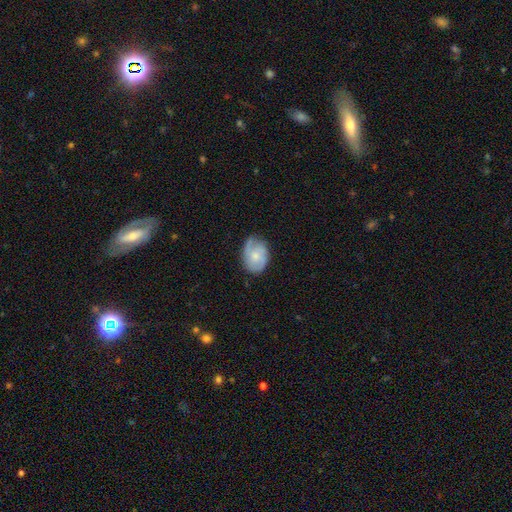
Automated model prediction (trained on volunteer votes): A featured or disk galaxy (54%) with no bar (75%), spiral arms (85%) and a small central bulge (52%).

Vote fractions:
- Smooth or featured? featured or disk: 54% / smooth: 39% / star or artifact: 7%
- Edge-on disk? no: 97% / yes: 3%
- Bar? no: 75% / weak: 22% / strong: 3%
- Spiral arms? yes: 85% / no: 15%
- Bulge size? small: 52% / moderate: 38% / none: 6% / large: 3% / dominant: 1%
- Merging? none: 62% / minor disturbance: 28% / major disturbance: 9% / merger: 1%